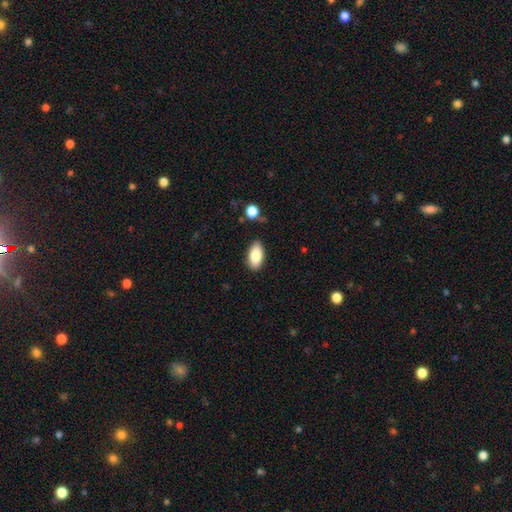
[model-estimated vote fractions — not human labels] A smooth galaxy with no disk features (84%) that is in between round and cigar-shaped (92%).

Vote fractions:
- Smooth or featured? smooth: 84% / featured or disk: 9% / star or artifact: 7%
- How rounded? in between: 92% / cigar-shaped: 6% / round: 3%
- Merging? none: 85% / minor disturbance: 10% / major disturbance: 2% / merger: 2%